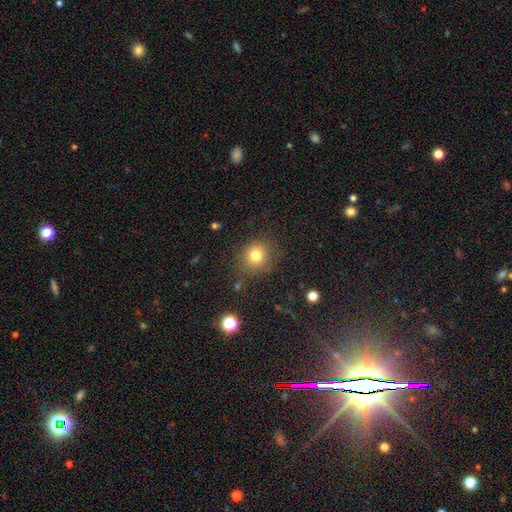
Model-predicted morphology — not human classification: smooth_or_featured: smooth (p=0.78) [alt: star or artifact p=0.14]
how_rounded: round (p=0.84) [alt: in between p=0.15]
merging: none (p=0.80) [alt: minor disturbance p=0.13]